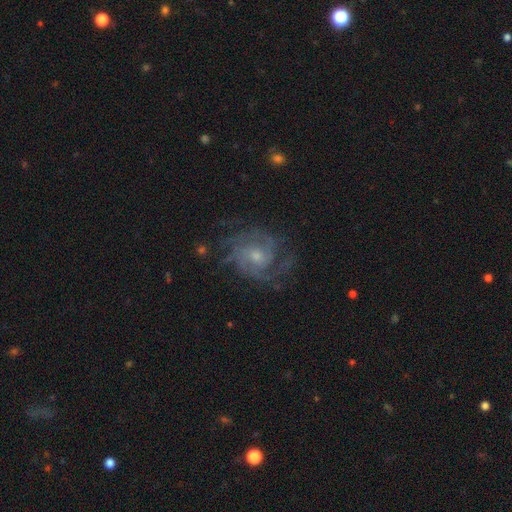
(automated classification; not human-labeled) Smooth or featured?
  - featured or disk: 85% *
  - smooth: 8%
  - star or artifact: 6%
Edge-on disk?
  - no: 98% *
  - yes: 2%
Bar?
  - no: 67% *
  - weak: 29%
  - strong: 4%
Spiral arms?
  - yes: 95% *
  - no: 5%
Spiral winding?
  - tight: 46% *
  - medium: 43%
  - loose: 11%
Spiral arm count?
  - 3: 30% *
  - can't tell: 23%
  - 2: 21%
  - 4: 14%
  - more than 4: 6%
  - 1: 6%
Bulge size?
  - small: 52% *
  - moderate: 42%
  - none: 3%
  - large: 2%
  - dominant: 1%
Merging?
  - none: 68% *
  - minor disturbance: 18%
  - major disturbance: 13%
  - merger: 1%